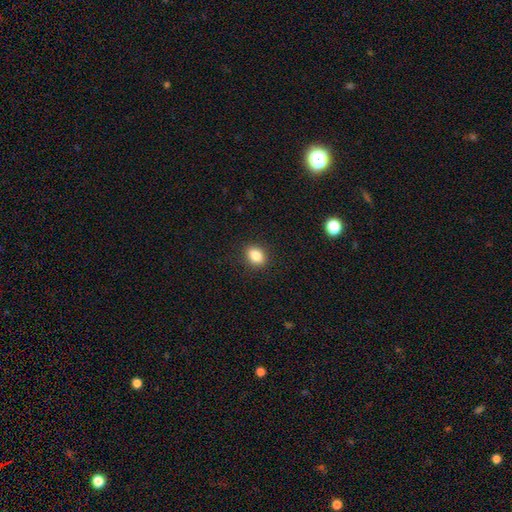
Overall: smooth (79%). How rounded: in between (58%; round 39%). Merging: none (86%).